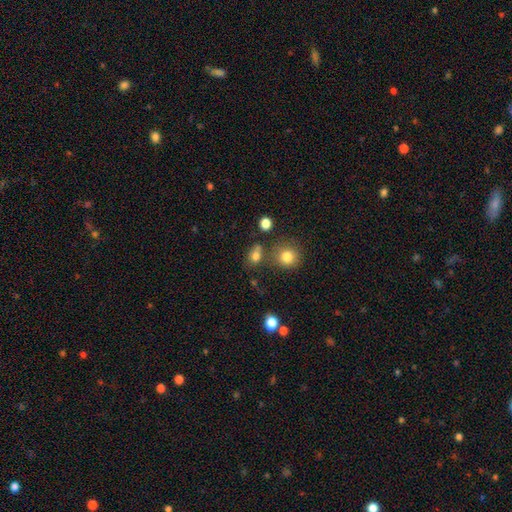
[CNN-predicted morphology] A smooth galaxy with no disk features (78%) that is in between round and cigar-shaped (57%). Merging: none (60%).